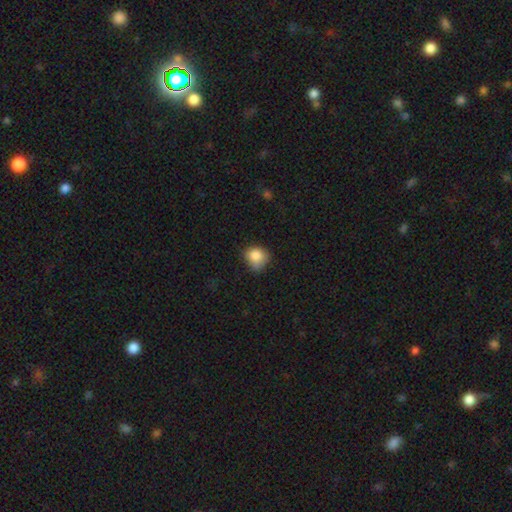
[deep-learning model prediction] Smooth or featured? smooth (84%)
How rounded? round (71%)
Merging? none (50%)